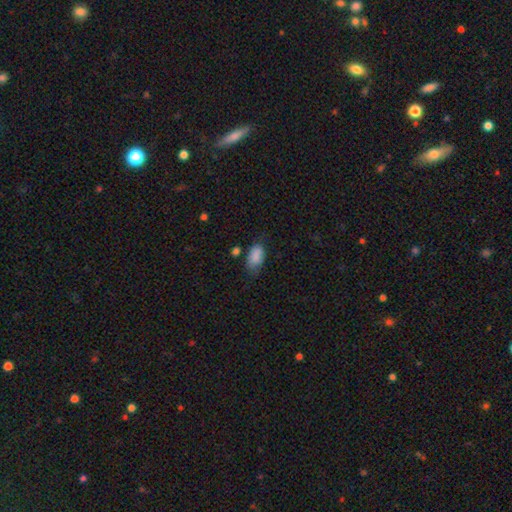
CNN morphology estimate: The model was most divided on "merging": none: 57%, minor disturbance: 30%, major disturbance: 9%, merger: 5%. More confident: how rounded — in between (92%); smooth or featured — smooth (86%).